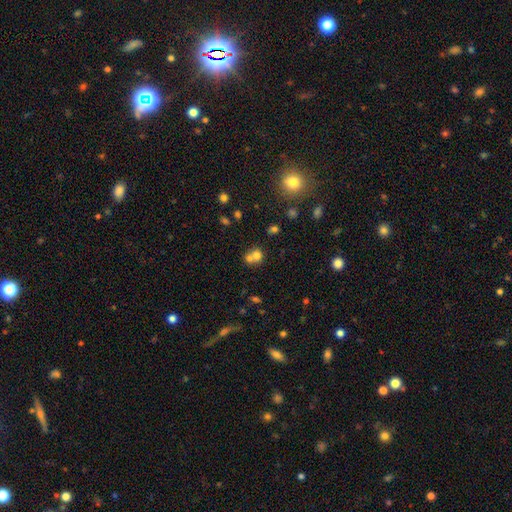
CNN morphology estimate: Smooth or featured? smooth (71%)
How rounded? round (79%)
Merging? merger (55%)